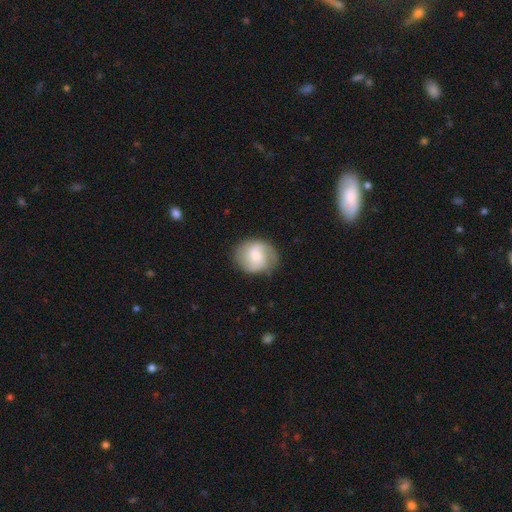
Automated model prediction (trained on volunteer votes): A featured or disk galaxy (52%) with no bar (50%), spiral arms (87%) and a small central bulge (49%). Merging: none (78%).